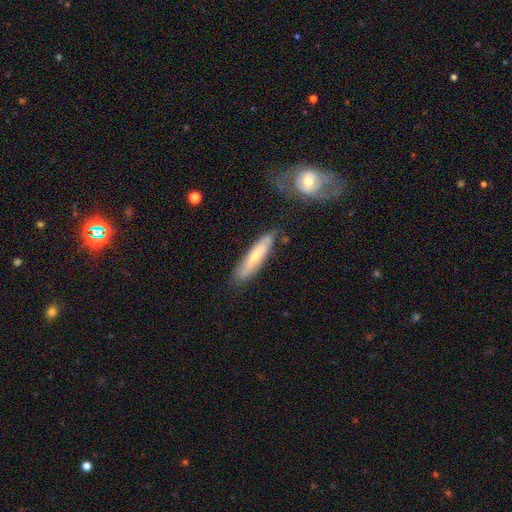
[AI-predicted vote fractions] Smooth or featured? Predicted: smooth (p=0.51). How rounded? Predicted: cigar-shaped (p=0.79). Merging? Predicted: none (p=0.75).